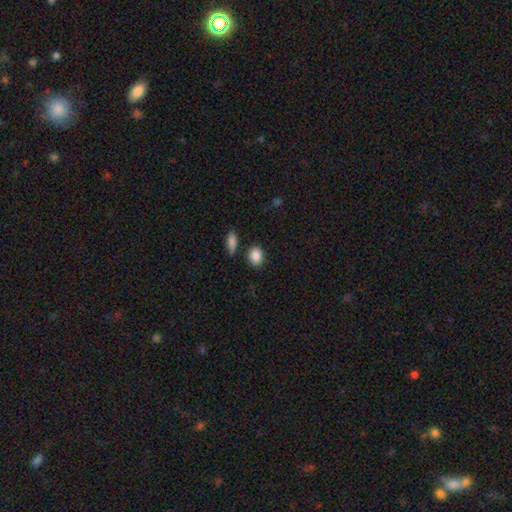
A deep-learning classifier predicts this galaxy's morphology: Smooth or featured?
  - smooth: 87% *
  - star or artifact: 8%
  - featured or disk: 5%
How rounded?
  - in between: 50% *
  - round: 48%
  - cigar-shaped: 2%
Merging?
  - none: 82% *
  - minor disturbance: 10%
  - merger: 5%
  - major disturbance: 3%